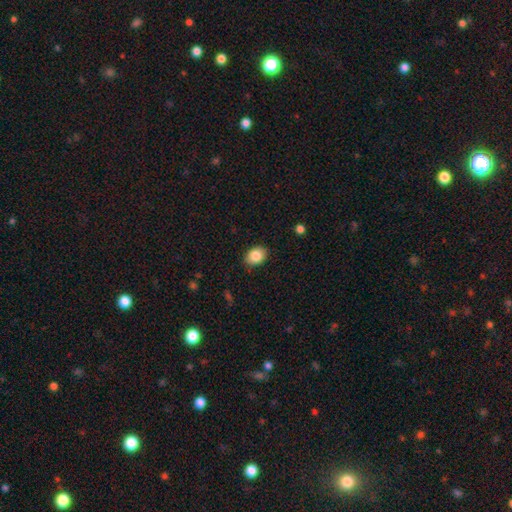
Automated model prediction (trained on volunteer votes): Smooth or featured?
  - smooth: 85% *
  - star or artifact: 8%
  - featured or disk: 6%
How rounded?
  - in between: 66% *
  - round: 33%
  - cigar-shaped: 1%
Merging?
  - none: 86% *
  - minor disturbance: 11%
  - major disturbance: 2%
  - merger: 1%